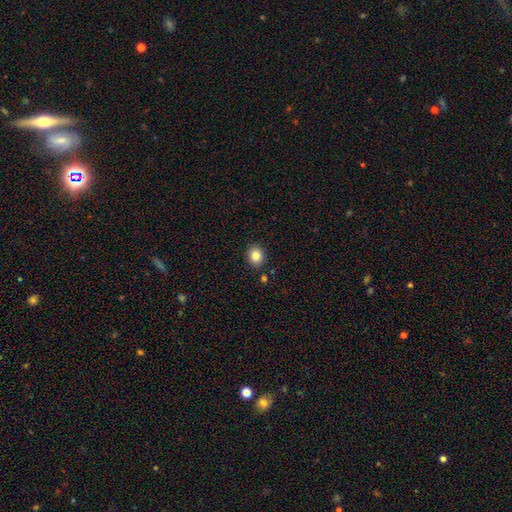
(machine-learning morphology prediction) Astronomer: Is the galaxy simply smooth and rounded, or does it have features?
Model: smooth — 84%.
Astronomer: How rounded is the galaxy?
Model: round — 60% (runner-up: in between, 39%).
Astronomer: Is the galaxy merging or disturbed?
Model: none — 88%.